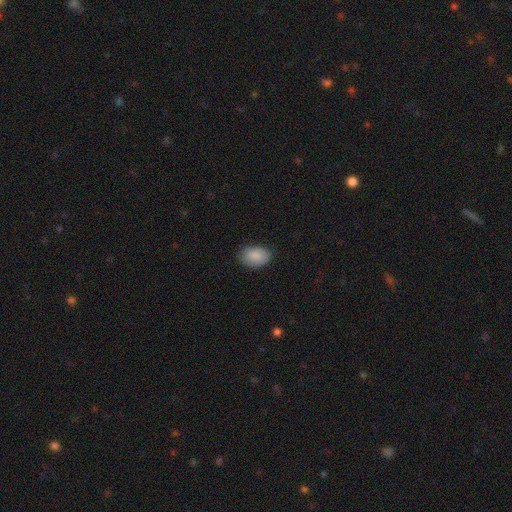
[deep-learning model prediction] A smooth galaxy with no disk features (87%) that is in between round and cigar-shaped (85%).

Vote fractions:
- Smooth or featured? smooth: 87% / star or artifact: 7% / featured or disk: 6%
- How rounded? in between: 85% / round: 14% / cigar-shaped: 1%
- Merging? none: 81% / minor disturbance: 15% / major disturbance: 3% / merger: 1%